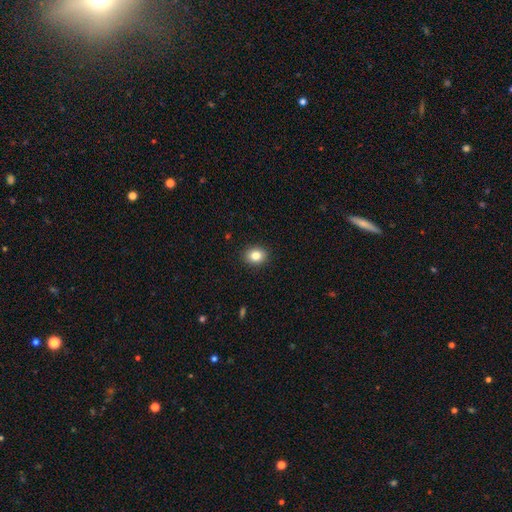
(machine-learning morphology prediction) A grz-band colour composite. It shows a smooth galaxy with no disk features (84%) that is round (59%). Merging: none (91%).